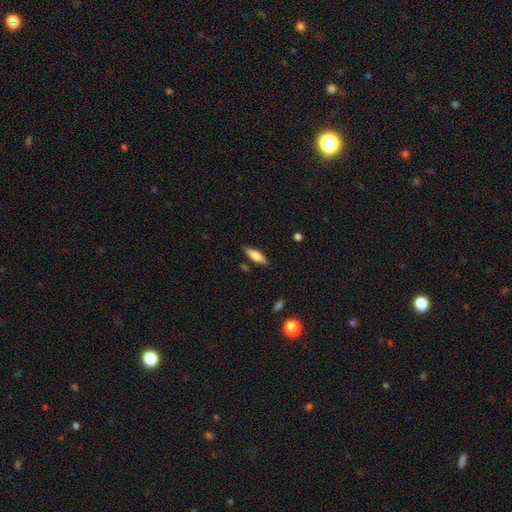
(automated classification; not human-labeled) Q: Smooth or featured?
A: smooth (53%); runner-up: featured or disk (40%)
Q: How rounded?
A: cigar-shaped (56%); runner-up: in between (42%)
Q: Merging?
A: none (86%); runner-up: minor disturbance (10%)